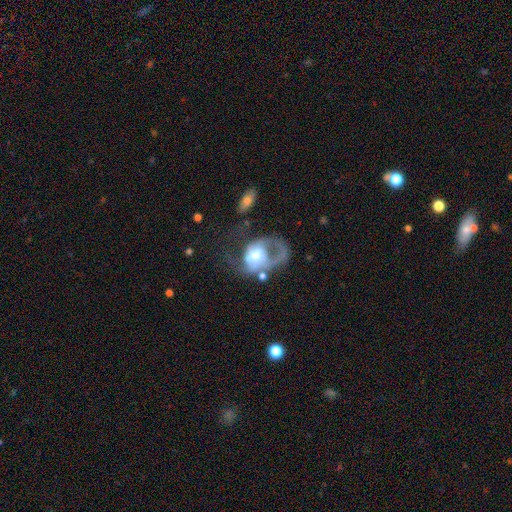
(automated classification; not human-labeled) A featured or disk galaxy (59%) with no bar (71%), spiral arms (53%) and a moderate central bulge (56%). Merging: major disturbance (59%).